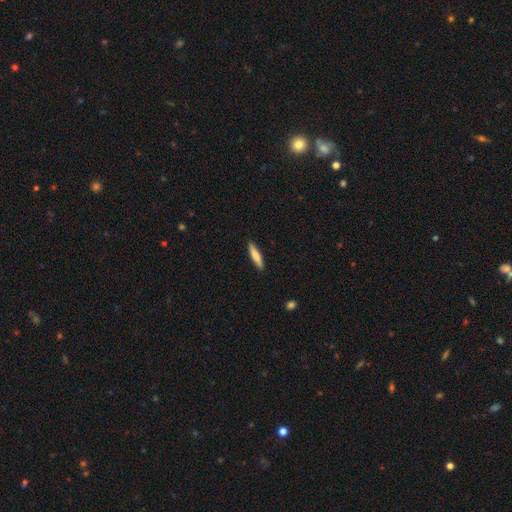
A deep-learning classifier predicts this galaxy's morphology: A smooth galaxy with no disk features (79%) that is cigar-shaped (82%). Merging: none (89%).